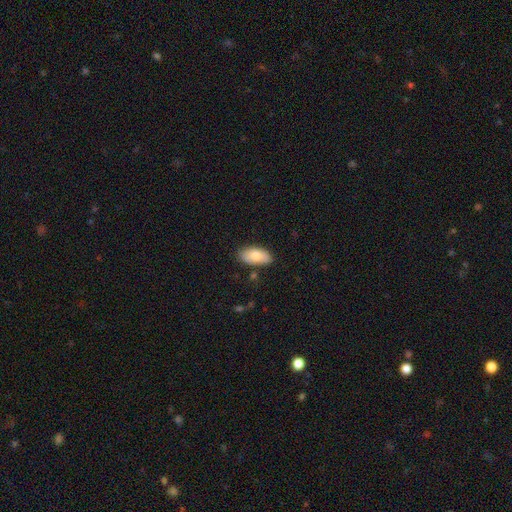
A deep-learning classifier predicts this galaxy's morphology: Smooth or featured? Predicted: smooth (p=0.80). How rounded? Predicted: in between (p=0.93). Merging? Predicted: none (p=0.82).